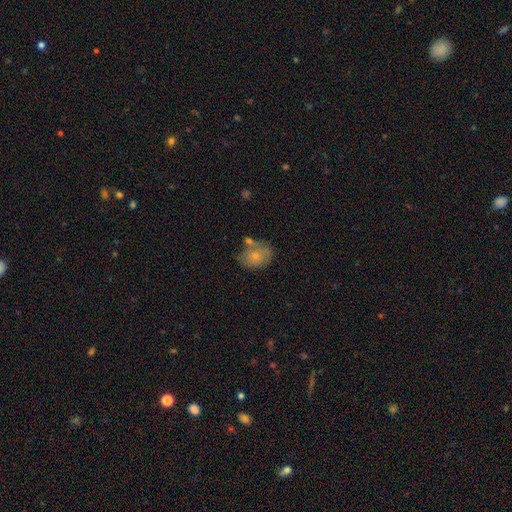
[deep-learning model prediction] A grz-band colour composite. It shows a smooth galaxy with no disk features (68%) that is in between round and cigar-shaped (50%). Merging: none (51%).